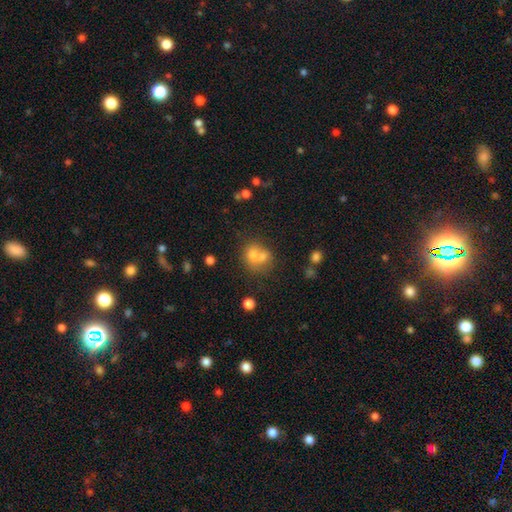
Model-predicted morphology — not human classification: smooth_or_featured: smooth (p=0.69) [alt: featured or disk p=0.19]
how_rounded: round (p=0.67) [alt: in between p=0.32]
merging: merger (p=0.58) [alt: none p=0.30]